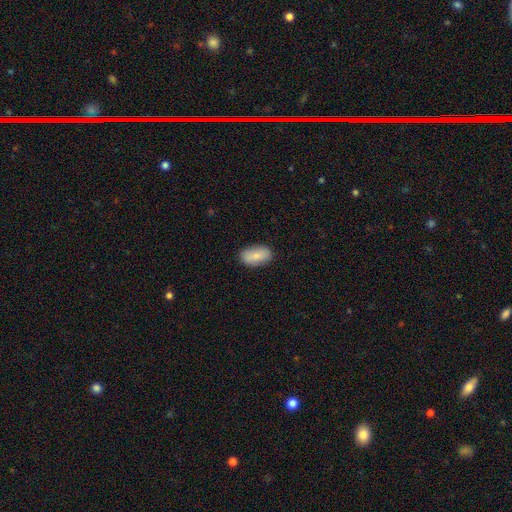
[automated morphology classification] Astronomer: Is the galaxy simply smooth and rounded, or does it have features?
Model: smooth — 81%.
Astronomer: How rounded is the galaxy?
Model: in between — 92%.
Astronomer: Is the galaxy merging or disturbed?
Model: none — 85%.